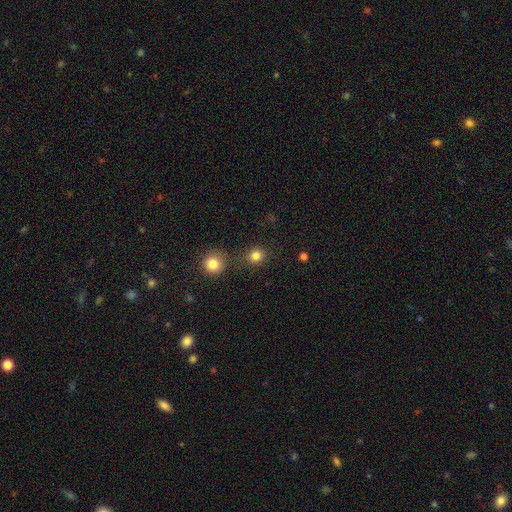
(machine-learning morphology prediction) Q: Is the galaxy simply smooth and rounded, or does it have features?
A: smooth — 83%.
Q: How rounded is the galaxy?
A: round — 89%.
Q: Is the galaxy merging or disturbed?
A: none — 79%.